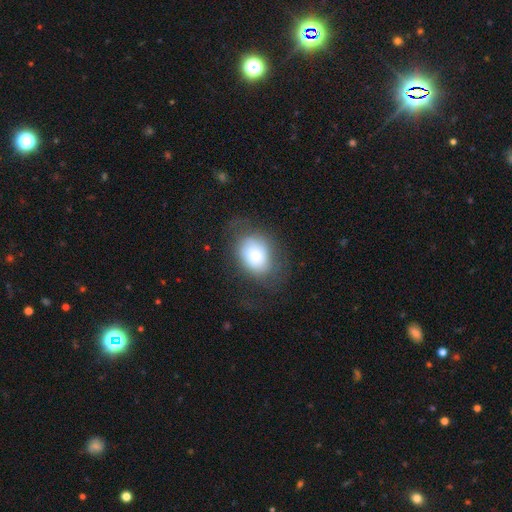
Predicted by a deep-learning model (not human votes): Morphology: type=smooth (62%); roundness=in between (62%); merging=none (56%).